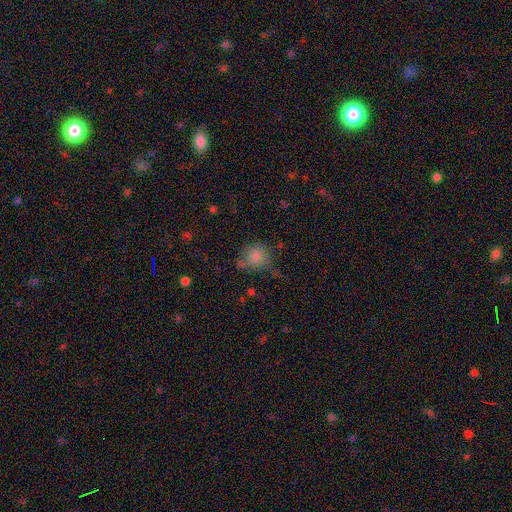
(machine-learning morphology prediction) A smooth galaxy with no disk features (78%) that is round (78%).

Vote fractions:
- Smooth or featured? smooth: 78% / star or artifact: 13% / featured or disk: 9%
- How rounded? round: 78% / in between: 21% / cigar-shaped: 1%
- Merging? none: 50% / minor disturbance: 28% / major disturbance: 15% / merger: 7%